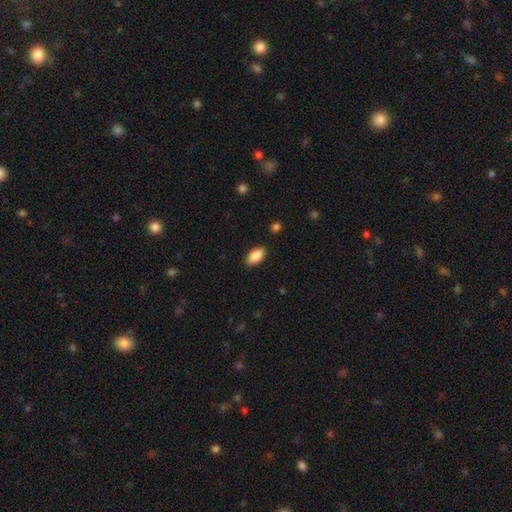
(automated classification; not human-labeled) This appears to be a smooth galaxy with no disk features (85%) that is in between round and cigar-shaped (93%). Merging: none (87%).